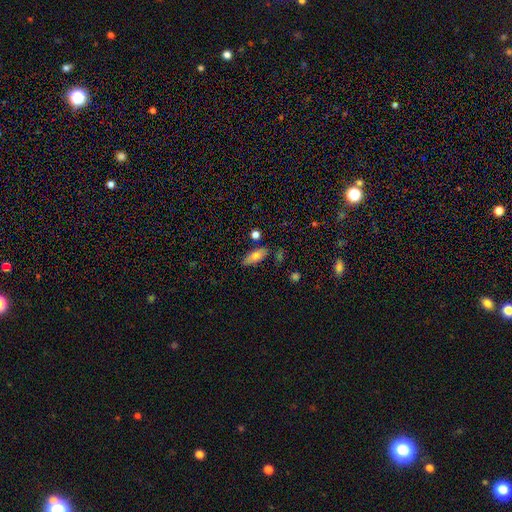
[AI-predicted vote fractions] smooth 72%, featured or disk 20%, star or artifact 8%. Down the decision tree: how rounded — in between (76%); merging — none (80%).